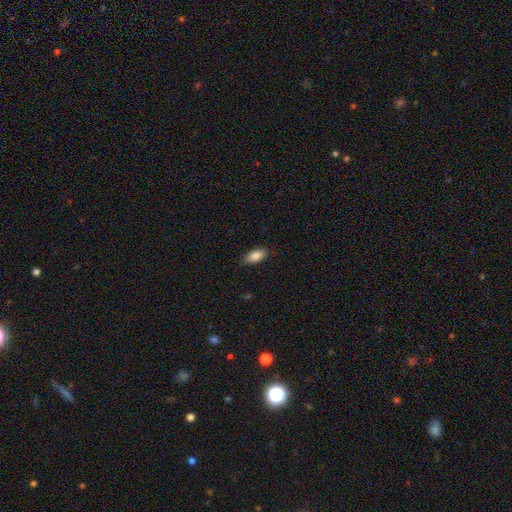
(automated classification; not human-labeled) Smooth or featured? smooth (86%)
How rounded? in between (88%)
Merging? none (83%)